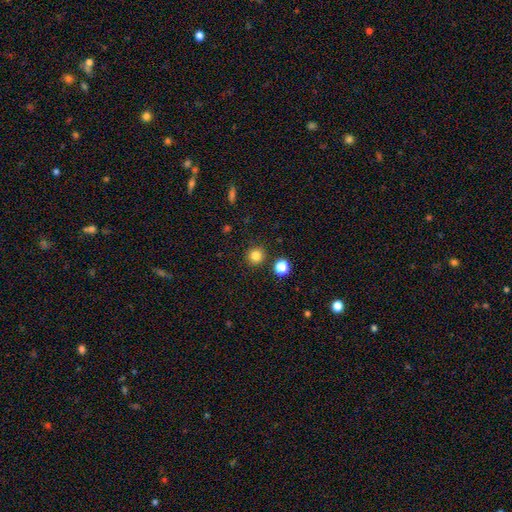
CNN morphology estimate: smooth_or_featured: smooth (p=0.82) [alt: star or artifact p=0.13]
how_rounded: round (p=0.93) [alt: in between p=0.06]
merging: none (p=0.89) [alt: minor disturbance p=0.06]